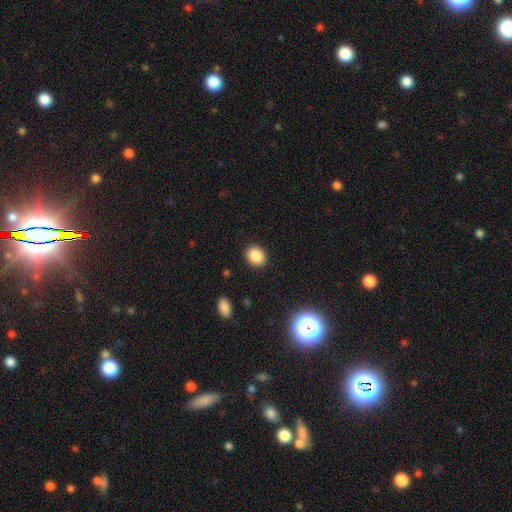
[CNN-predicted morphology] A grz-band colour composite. It shows a smooth galaxy with no disk features (86%) that is in between round and cigar-shaped (51%). Merging: none (89%).